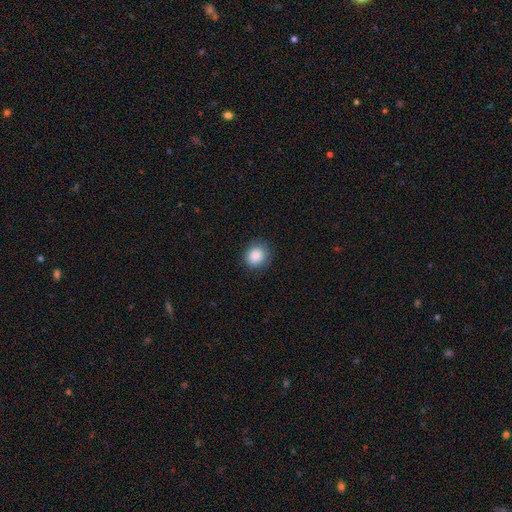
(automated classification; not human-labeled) Q: Smooth or featured?
A: smooth (88%); runner-up: star or artifact (9%)
Q: How rounded?
A: round (77%); runner-up: in between (22%)
Q: Merging?
A: none (85%); runner-up: minor disturbance (11%)